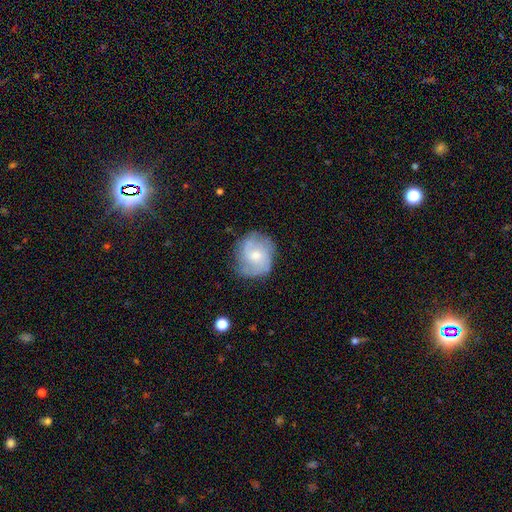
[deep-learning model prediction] Smooth or featured: featured or disk — 62% (smooth — 31%)
Edge-on disk: no — 97% (yes — 3%)
Bar: no — 63% (weak — 32%)
Spiral arms: yes — 86% (no — 14%)
Spiral winding: medium — 44% (tight — 33%)
Spiral arm count: 2 — 49% (can't tell — 24%)
Bulge size: moderate — 49% (small — 45%)
Merging: none — 69% (minor disturbance — 22%)